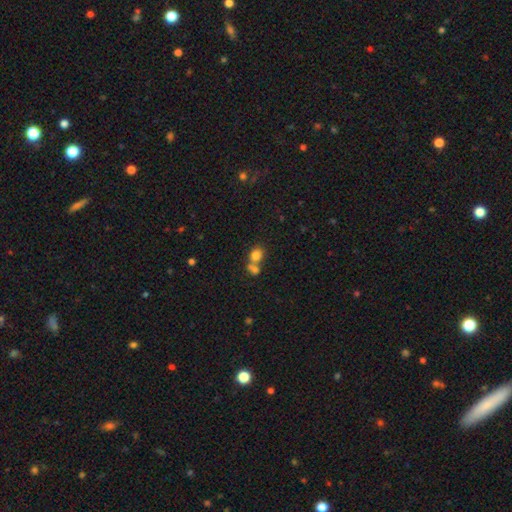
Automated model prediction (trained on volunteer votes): smooth 79%, star or artifact 12%, featured or disk 9%. Down the decision tree: how rounded — round (63%); merging — merger (47%).